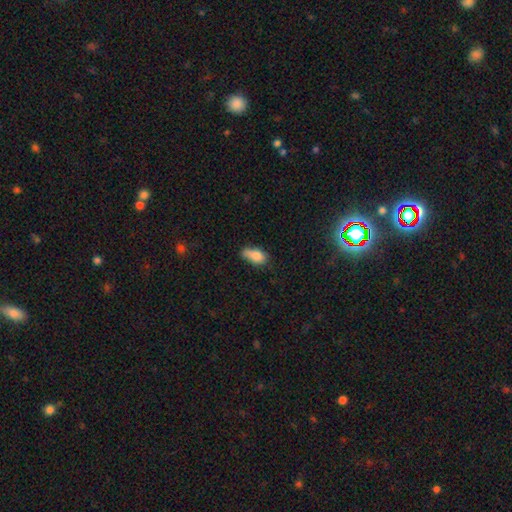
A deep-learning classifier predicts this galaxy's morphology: Smooth or featured?
  - smooth: 81% *
  - featured or disk: 10%
  - star or artifact: 9%
How rounded?
  - in between: 87% *
  - round: 7%
  - cigar-shaped: 6%
Merging?
  - none: 42% *
  - minor disturbance: 37%
  - major disturbance: 13%
  - merger: 8%